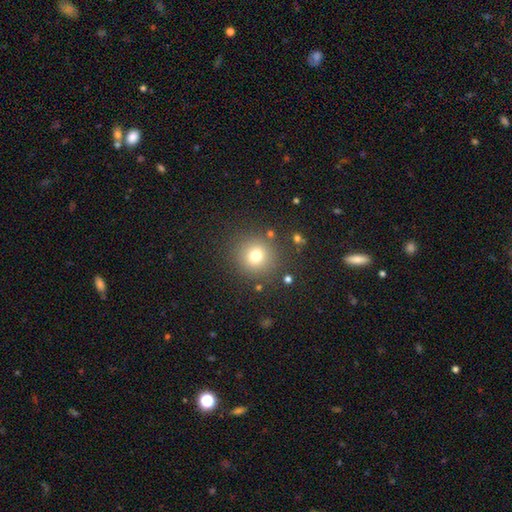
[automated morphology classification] smooth_or_featured: smooth (p=0.75) [alt: star or artifact p=0.16]
how_rounded: round (p=0.91) [alt: in between p=0.08]
merging: none (p=0.85) [alt: minor disturbance p=0.08]